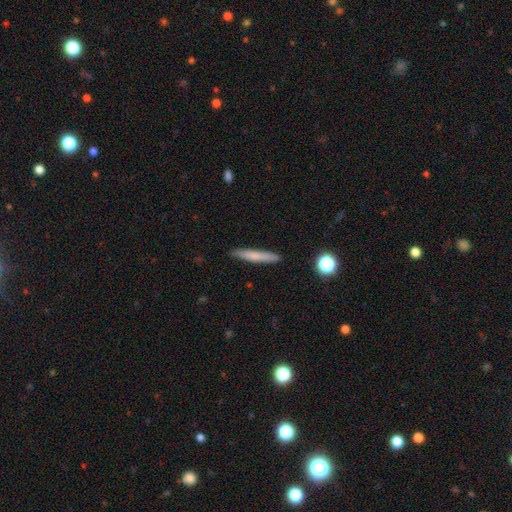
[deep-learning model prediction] smooth 67%, featured or disk 26%, star or artifact 7%. Down the decision tree: how rounded — cigar-shaped (94%); merging — none (90%).